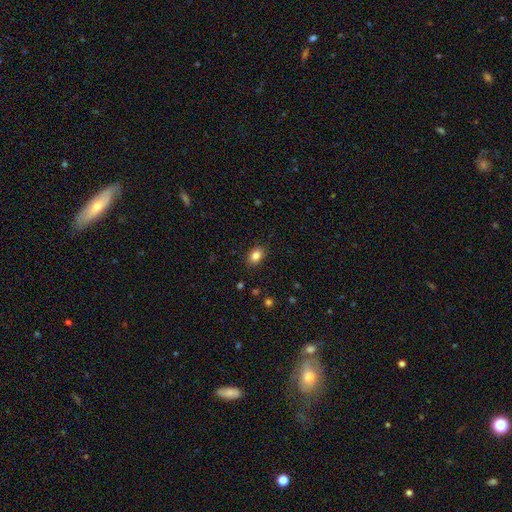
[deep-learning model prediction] Smooth or featured? Predicted: smooth (p=0.84). How rounded? Predicted: in between (p=0.74). Merging? Predicted: none (p=0.87).